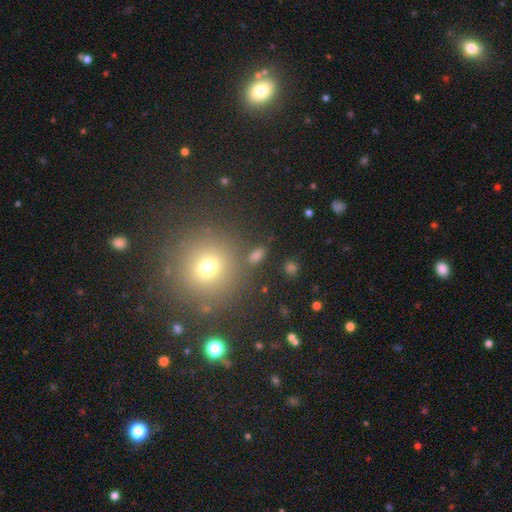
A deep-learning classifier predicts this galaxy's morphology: type=smooth (62%); roundness=round (61%); merging=none (82%).